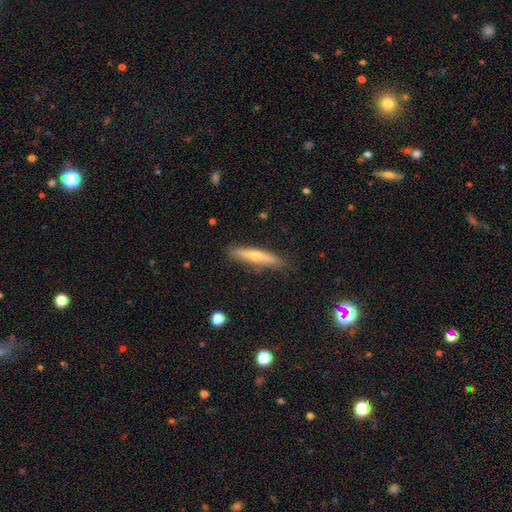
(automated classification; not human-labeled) Overall: featured or disk (50%; smooth 40%). Merging: none (87%).